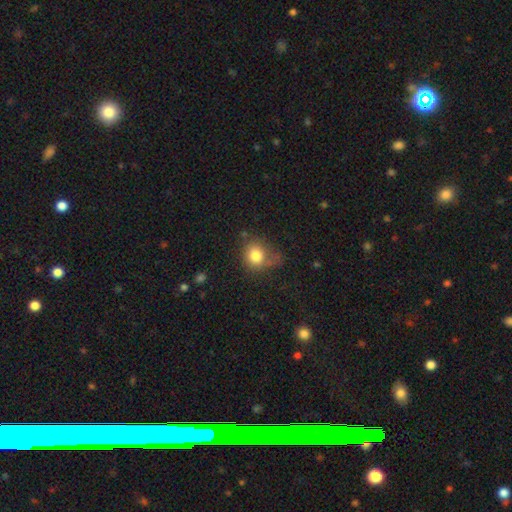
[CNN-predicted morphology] This is clearly a smooth galaxy (80%). How rounded: likely round (74%). Merging: possibly none (51%).